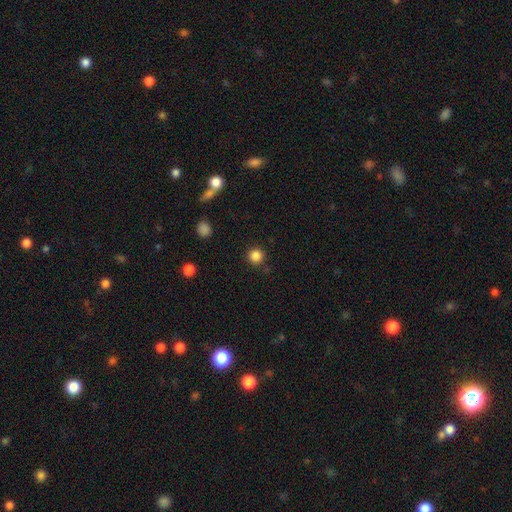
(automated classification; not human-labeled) Smooth or featured?
  - smooth: 85% *
  - star or artifact: 12%
  - featured or disk: 4%
How rounded?
  - round: 95% *
  - in between: 4%
  - cigar-shaped: 1%
Merging?
  - none: 89% *
  - minor disturbance: 6%
  - merger: 3%
  - major disturbance: 2%